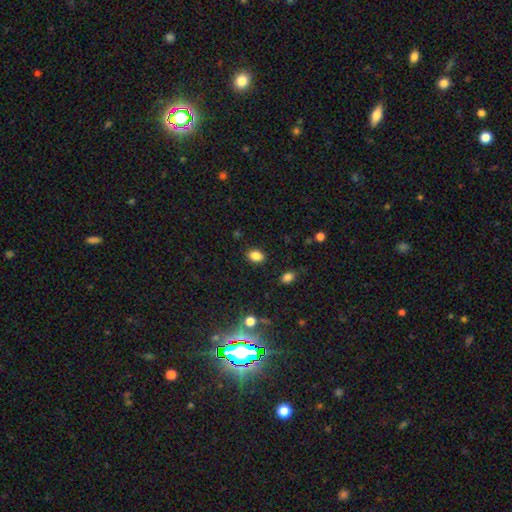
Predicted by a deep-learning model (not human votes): smooth 84%, star or artifact 11%, featured or disk 5%. Down the decision tree: how rounded — in between (75%); merging — none (87%).